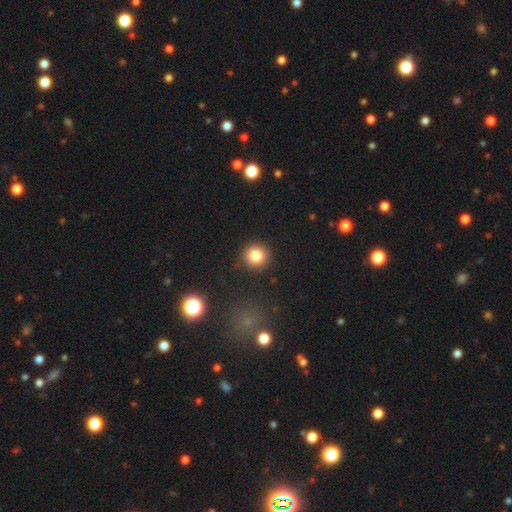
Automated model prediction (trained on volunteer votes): A smooth galaxy with no disk features (84%) that is round (93%). Merging: none (90%).